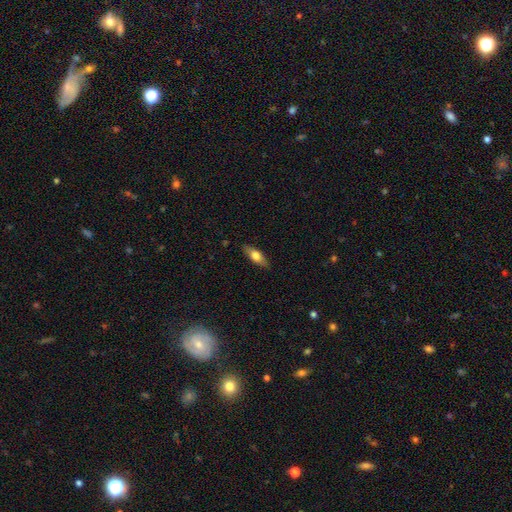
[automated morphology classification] Smooth or featured?
  - smooth: 63% *
  - featured or disk: 31%
  - star or artifact: 6%
How rounded?
  - in between: 66% *
  - cigar-shaped: 31%
  - round: 3%
Merging?
  - none: 86% *
  - minor disturbance: 11%
  - major disturbance: 2%
  - merger: 1%